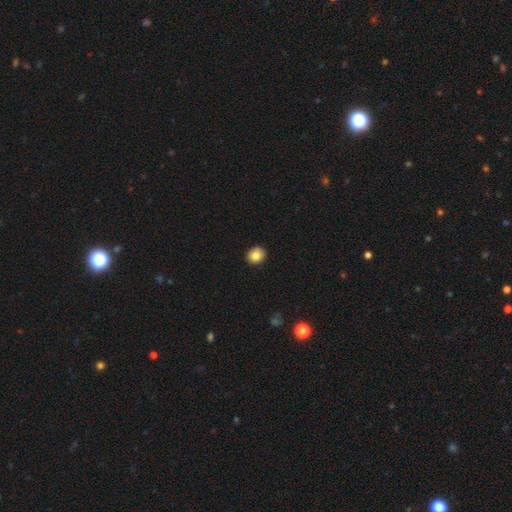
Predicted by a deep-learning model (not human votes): This is clearly a smooth galaxy (84%). How rounded: likely round (74%). Merging: clearly none (91%).